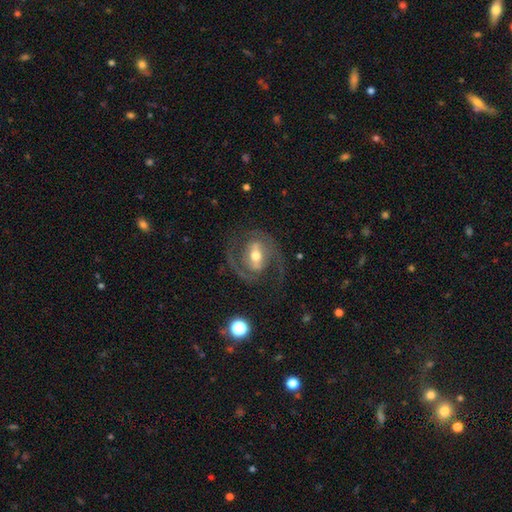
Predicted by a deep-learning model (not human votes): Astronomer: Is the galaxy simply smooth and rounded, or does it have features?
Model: featured or disk — 85%.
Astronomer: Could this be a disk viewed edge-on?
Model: no — 96%.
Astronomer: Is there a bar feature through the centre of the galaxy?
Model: strong — 47% (runner-up: weak, 36%).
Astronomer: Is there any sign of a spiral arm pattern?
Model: yes — 90%.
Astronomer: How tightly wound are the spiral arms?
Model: medium — 55%.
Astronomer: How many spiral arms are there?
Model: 2 — 88%.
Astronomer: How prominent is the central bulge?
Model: moderate — 70%.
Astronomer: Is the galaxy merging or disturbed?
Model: none — 71%.